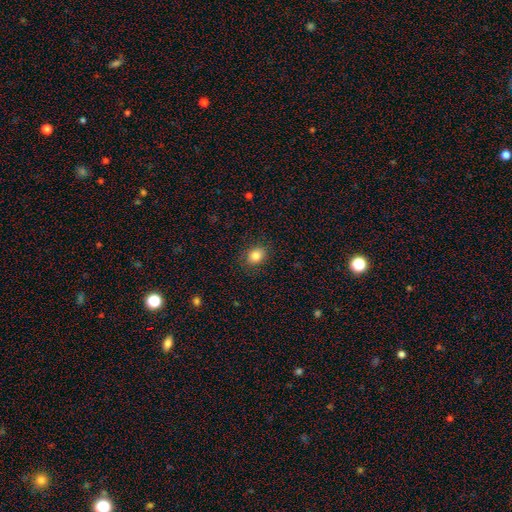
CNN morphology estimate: Smooth or featured? Predicted: smooth (p=0.84). How rounded? Predicted: round (p=0.50). Merging? Predicted: none (p=0.87).